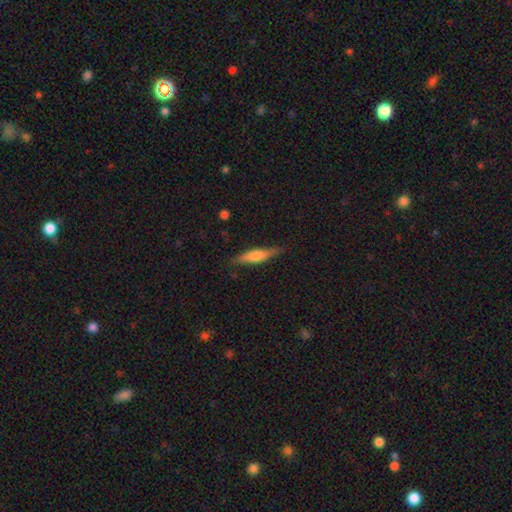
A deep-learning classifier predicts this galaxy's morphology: type=smooth (55%); roundness=cigar-shaped (75%); merging=none (79%).